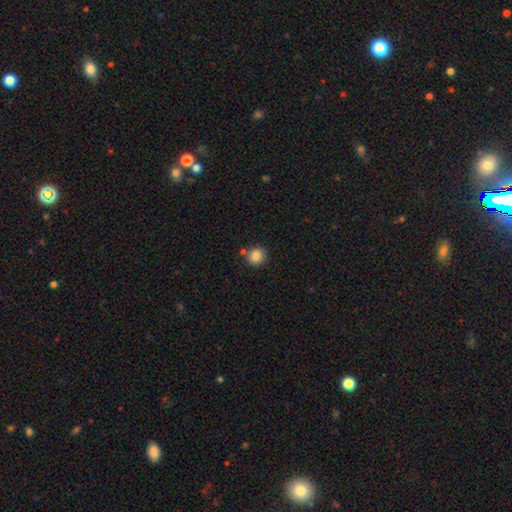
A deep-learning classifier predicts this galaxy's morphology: Q: Smooth or featured?
A: smooth (86%); runner-up: star or artifact (10%)
Q: How rounded?
A: round (87%); runner-up: in between (12%)
Q: Merging?
A: none (78%); runner-up: minor disturbance (10%)